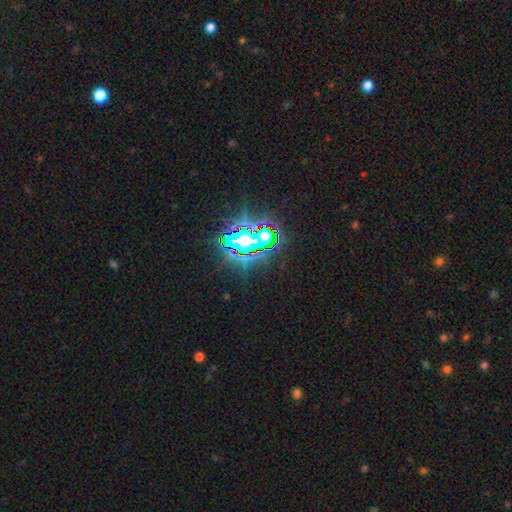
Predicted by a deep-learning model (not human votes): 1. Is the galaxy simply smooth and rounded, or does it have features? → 81% star or artifact, 11% smooth, 8% featured or disk.